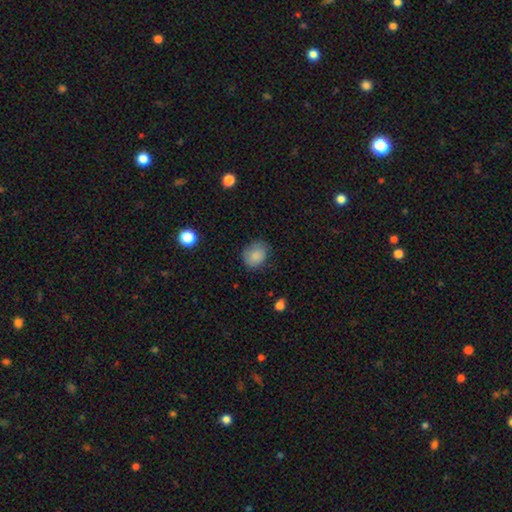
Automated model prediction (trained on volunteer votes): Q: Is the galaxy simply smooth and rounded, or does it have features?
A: smooth — 86%.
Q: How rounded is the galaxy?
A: round — 55%.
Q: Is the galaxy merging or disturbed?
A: none — 74%.